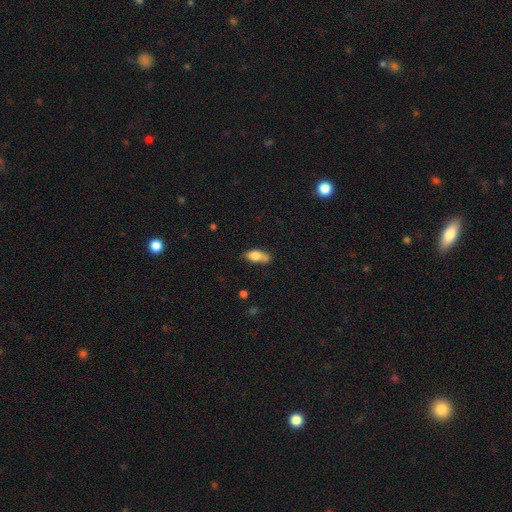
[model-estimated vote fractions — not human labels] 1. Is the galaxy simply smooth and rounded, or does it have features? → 77% smooth, 15% featured or disk, 8% star or artifact.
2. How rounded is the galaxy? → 83% in between, 13% cigar-shaped, 5% round.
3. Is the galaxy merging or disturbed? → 50% none, 30% minor disturbance, 11% merger, 9% major disturbance.